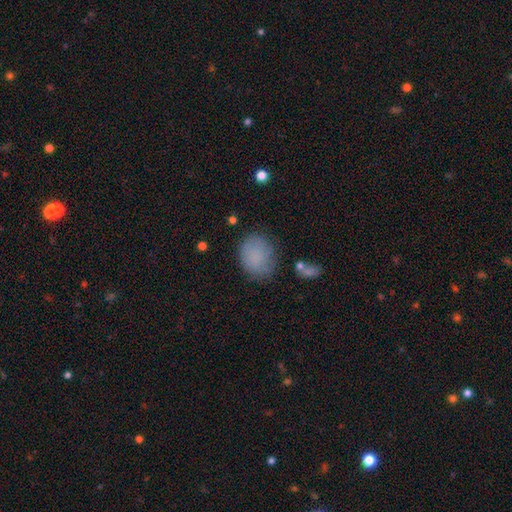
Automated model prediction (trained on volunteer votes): A smooth galaxy with no disk features (83%) that is round (55%).

Vote fractions:
- Smooth or featured? smooth: 83% / star or artifact: 9% / featured or disk: 9%
- How rounded? round: 55% / in between: 44% / cigar-shaped: 1%
- Merging? none: 72% / minor disturbance: 19% / major disturbance: 6% / merger: 3%